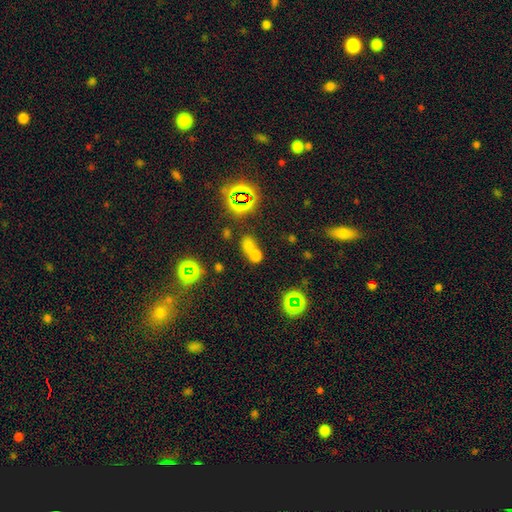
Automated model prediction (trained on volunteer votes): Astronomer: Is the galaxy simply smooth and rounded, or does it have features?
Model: smooth — 62%.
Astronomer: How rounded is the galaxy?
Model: round — 66%.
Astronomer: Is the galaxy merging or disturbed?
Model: merger — 52% (runner-up: none, 38%).